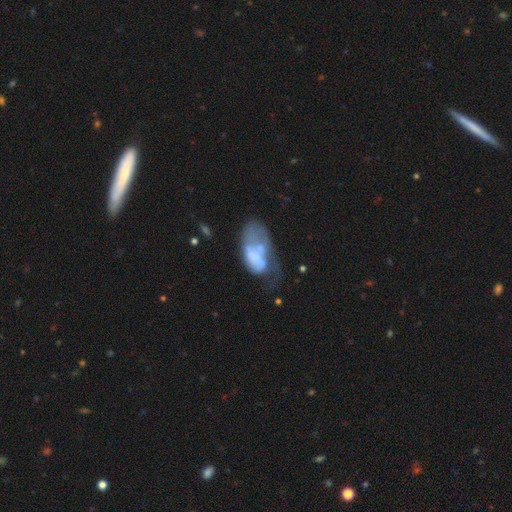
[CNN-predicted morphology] The model was most divided on "smooth or featured": featured or disk: 46%, smooth: 45%, star or artifact: 9%. Remaining: merging — major disturbance (47%).